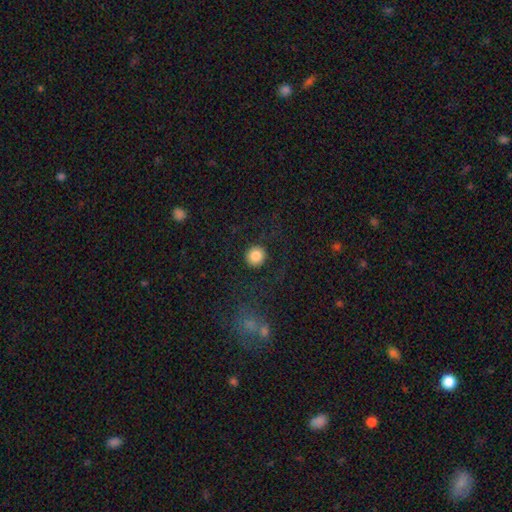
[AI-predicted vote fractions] Smooth or featured: smooth — 85% (star or artifact — 10%)
How rounded: round — 94% (in between — 5%)
Merging: none — 89% (minor disturbance — 6%)